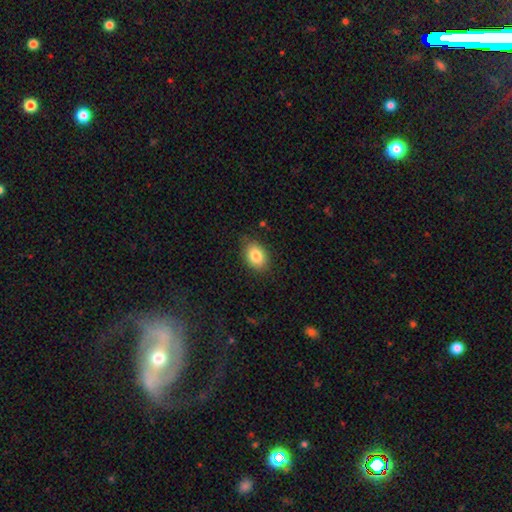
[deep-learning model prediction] Overall: smooth (84%). How rounded: in between (80%). Merging: none (82%).